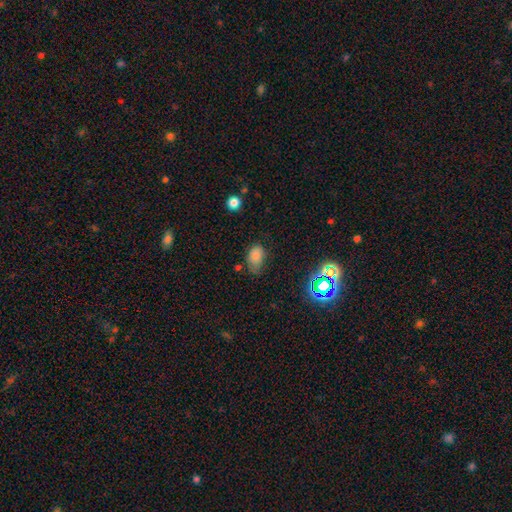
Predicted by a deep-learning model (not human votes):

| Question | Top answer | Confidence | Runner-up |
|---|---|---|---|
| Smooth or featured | smooth | 78% | star or artifact (15%) |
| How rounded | in between | 85% | round (13%) |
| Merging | none | 51% | minor disturbance (35%) |